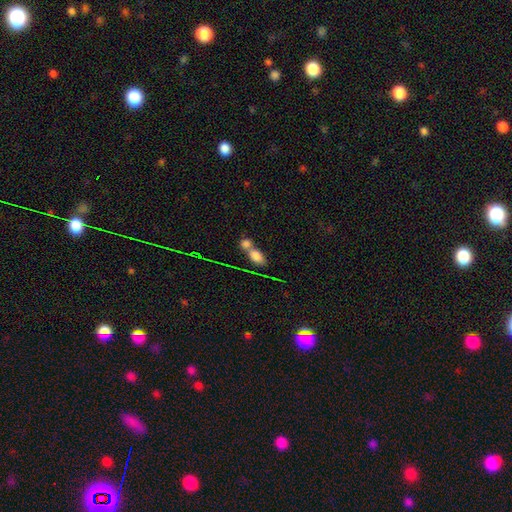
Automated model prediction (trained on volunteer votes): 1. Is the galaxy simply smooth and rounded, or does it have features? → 76% smooth, 13% featured or disk, 10% star or artifact.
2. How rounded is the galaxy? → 80% in between, 15% round, 5% cigar-shaped.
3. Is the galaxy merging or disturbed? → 60% merger, 28% none, 8% minor disturbance, 4% major disturbance.